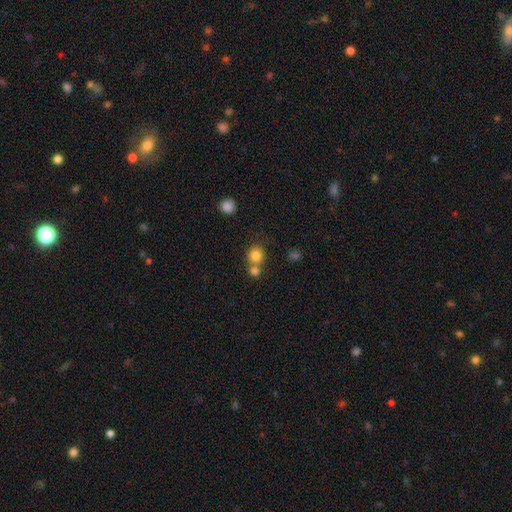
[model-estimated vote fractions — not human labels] Overall: smooth (82%). How rounded: round (88%). Merging: none (55%; merger 35%).